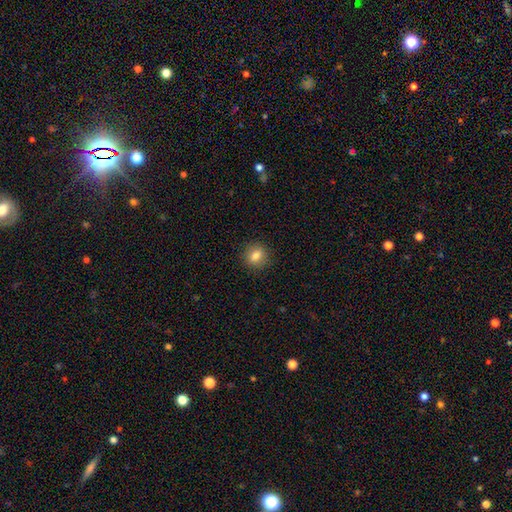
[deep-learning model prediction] Morphology: type=smooth (82%); roundness=round (79%); merging=none (90%).